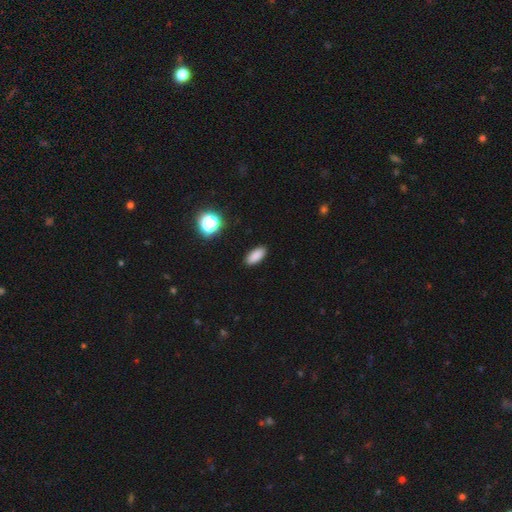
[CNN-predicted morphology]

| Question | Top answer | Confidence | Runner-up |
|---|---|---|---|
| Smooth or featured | smooth | 86% | star or artifact (10%) |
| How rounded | in between | 85% | cigar-shaped (11%) |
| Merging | none | 90% | minor disturbance (7%) |